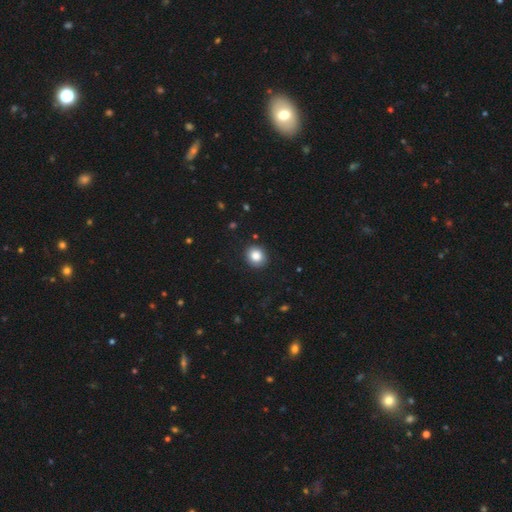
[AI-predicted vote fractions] The model was most divided on "how rounded": round: 77%, in between: 22%, cigar-shaped: 1%. More confident: merging — none (89%); smooth or featured — smooth (85%).